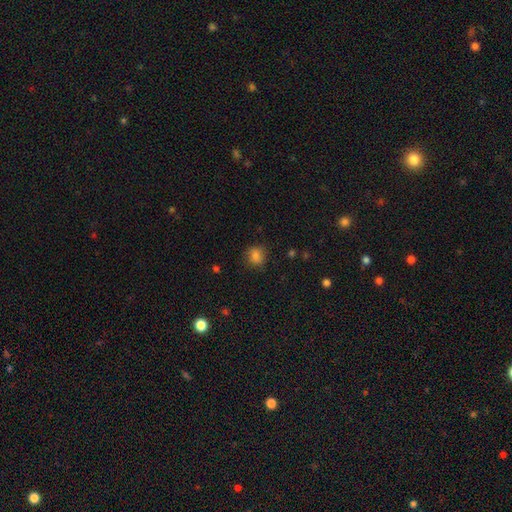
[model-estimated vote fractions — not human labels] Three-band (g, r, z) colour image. It shows a smooth galaxy with no disk features (82%) that is round (78%). Merging: none (81%).